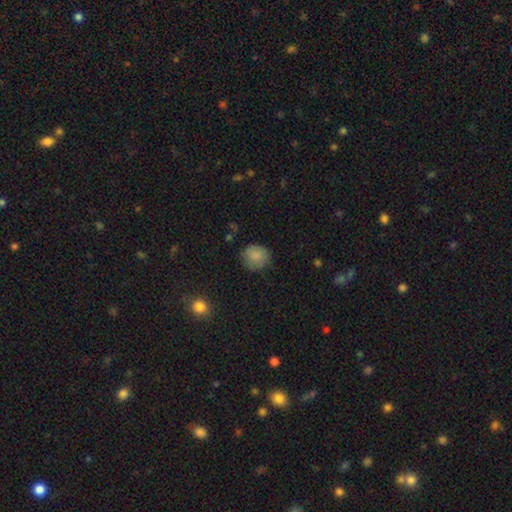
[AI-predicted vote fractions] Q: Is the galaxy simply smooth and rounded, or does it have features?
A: smooth — 85%.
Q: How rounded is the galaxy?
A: round — 85%.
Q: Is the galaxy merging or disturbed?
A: none — 78%.